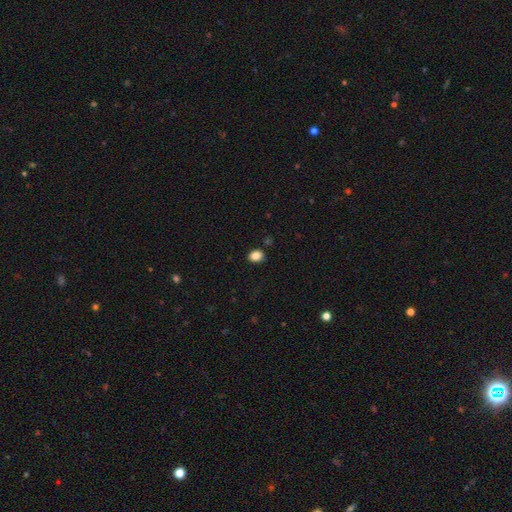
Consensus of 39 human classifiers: This is clearly a smooth galaxy (82%). How rounded: possibly in between (53%). Merging: clearly none (86%).